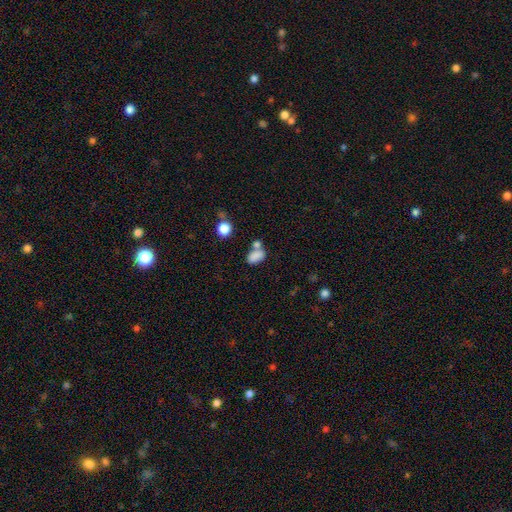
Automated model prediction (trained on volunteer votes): Smooth or featured? smooth (82%)
How rounded? in between (84%)
Merging? none (45%)